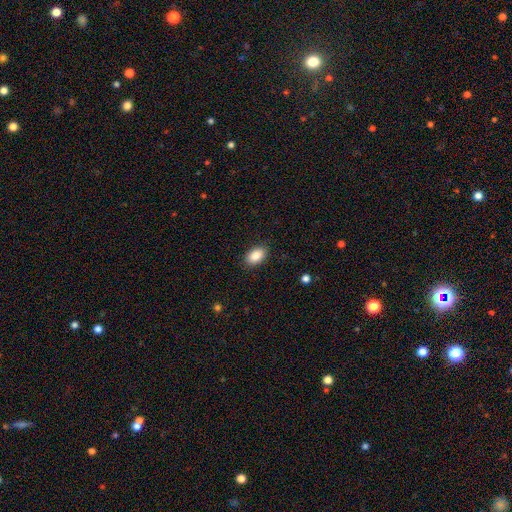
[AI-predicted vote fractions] smooth_or_featured: smooth (p=0.87) [alt: star or artifact p=0.07]
how_rounded: in between (p=0.91) [alt: round p=0.07]
merging: none (p=0.88) [alt: minor disturbance p=0.09]